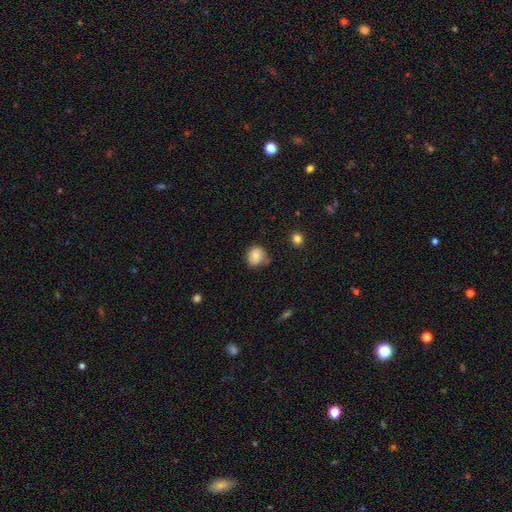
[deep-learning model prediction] Smooth or featured? smooth (77%)
How rounded? round (77%)
Merging? none (62%)